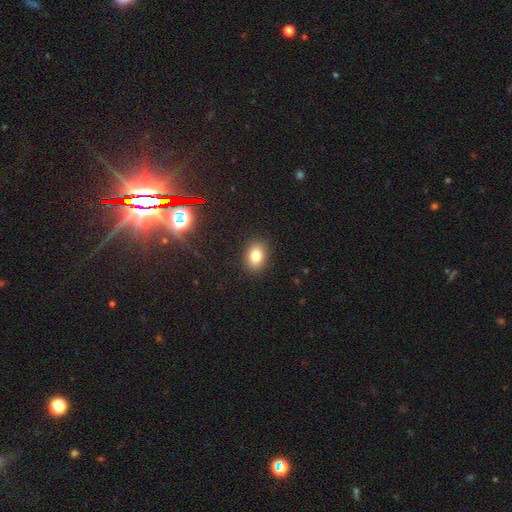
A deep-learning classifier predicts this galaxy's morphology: Smooth or featured: smooth — 80% (star or artifact — 12%)
How rounded: in between — 73% (round — 26%)
Merging: none — 88% (minor disturbance — 8%)